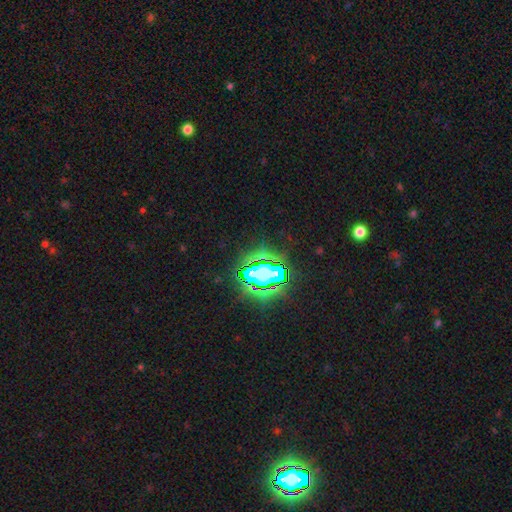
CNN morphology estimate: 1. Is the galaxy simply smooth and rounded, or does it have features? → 65% star or artifact, 20% smooth, 15% featured or disk.